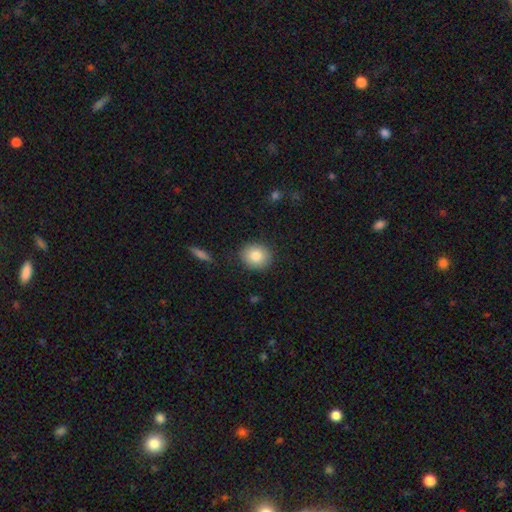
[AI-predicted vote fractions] smooth_or_featured: smooth (p=0.84) [alt: featured or disk p=0.08]
how_rounded: round (p=0.75) [alt: in between p=0.24]
merging: none (p=0.88) [alt: minor disturbance p=0.09]